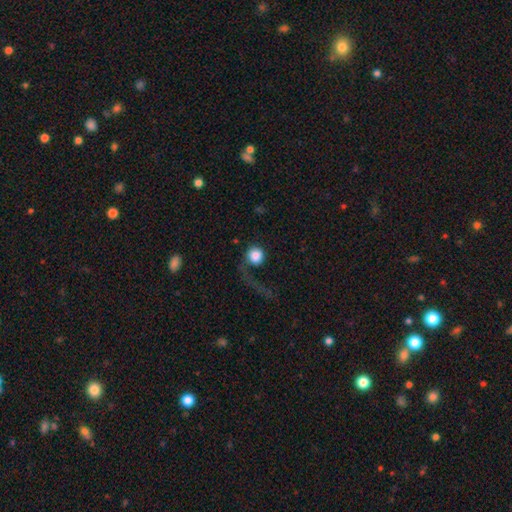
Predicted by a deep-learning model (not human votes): Smooth or featured?
  - smooth: 76% *
  - featured or disk: 15%
  - star or artifact: 9%
How rounded?
  - round: 90% *
  - in between: 9%
  - cigar-shaped: 1%
Merging?
  - major disturbance: 47% *
  - none: 34%
  - minor disturbance: 14%
  - merger: 6%